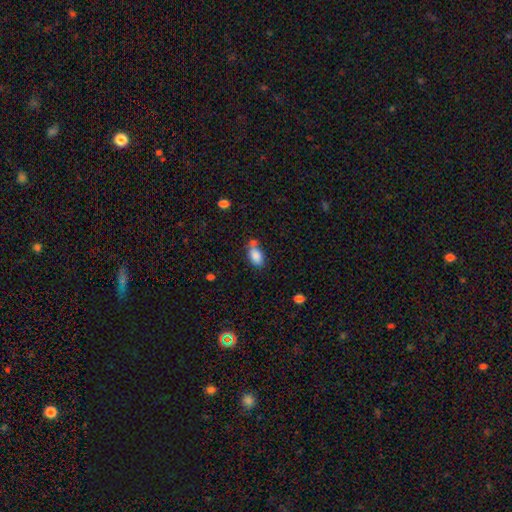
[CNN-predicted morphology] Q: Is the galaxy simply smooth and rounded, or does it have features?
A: smooth — 85%.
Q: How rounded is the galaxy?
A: in between — 90%.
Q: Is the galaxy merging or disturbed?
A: none — 50%.